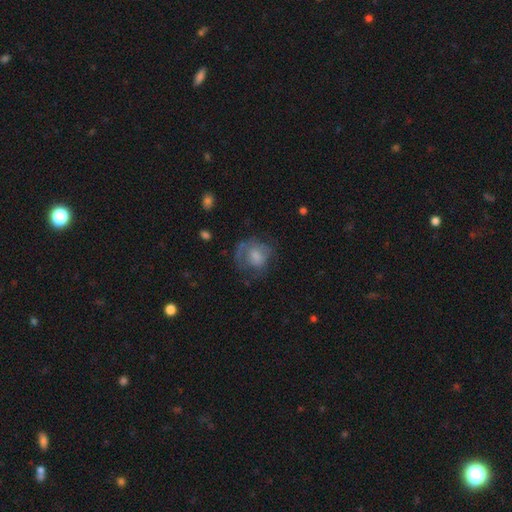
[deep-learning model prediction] This appears to be a smooth galaxy with no disk features (57%) that is round (68%). Merging: none (45%).